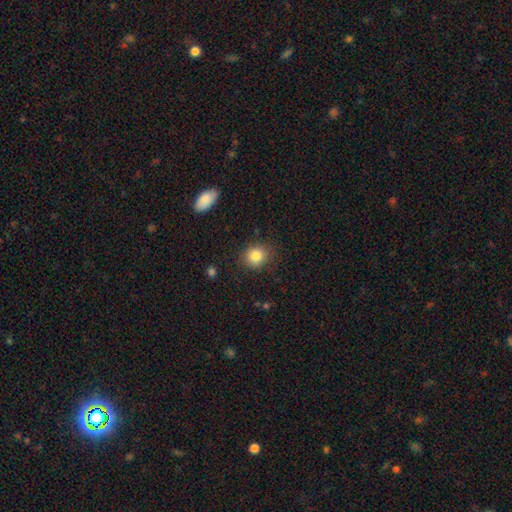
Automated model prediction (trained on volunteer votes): Smooth or featured? smooth (83%)
How rounded? round (77%)
Merging? none (83%)